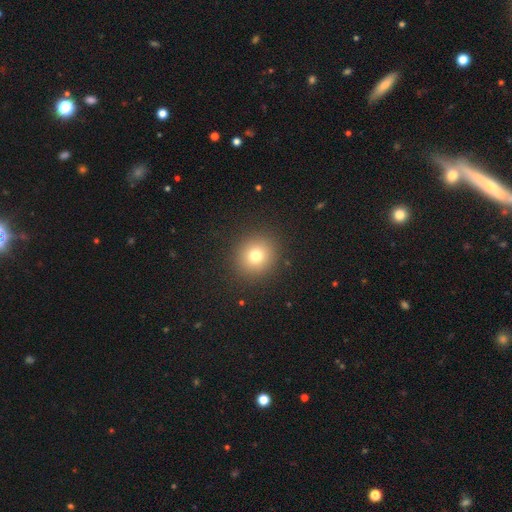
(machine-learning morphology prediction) A smooth galaxy with no disk features (76%) that is round (88%).

Vote fractions:
- Smooth or featured? smooth: 76% / star or artifact: 15% / featured or disk: 9%
- How rounded? round: 88% / in between: 12% / cigar-shaped: 1%
- Merging? none: 90% / minor disturbance: 6% / major disturbance: 3% / merger: 1%